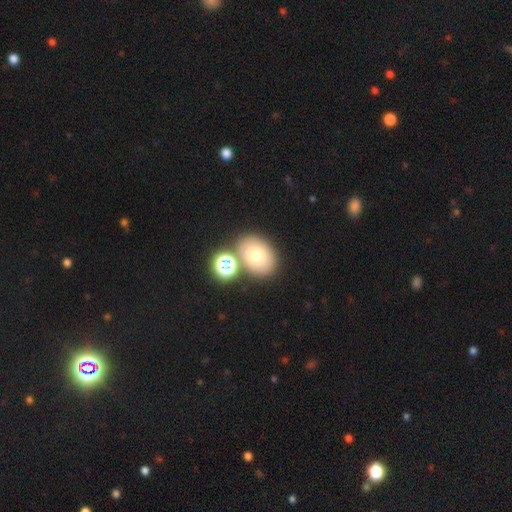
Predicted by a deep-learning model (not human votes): The model was most divided on "how rounded": in between: 67%, round: 32%, cigar-shaped: 1%. More confident: smooth or featured — smooth (71%); merging — none (69%).